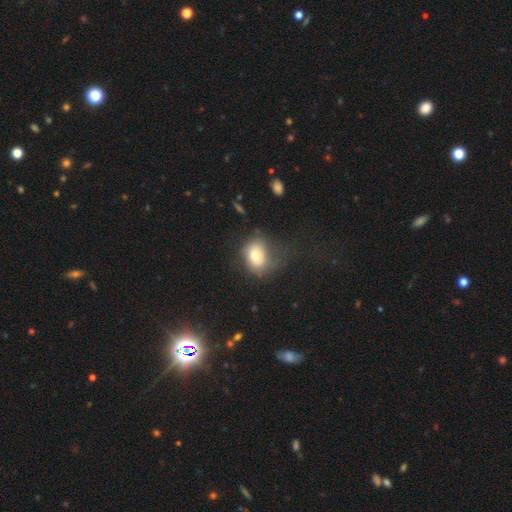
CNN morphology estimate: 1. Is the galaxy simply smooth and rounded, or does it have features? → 75% smooth, 14% featured or disk, 11% star or artifact.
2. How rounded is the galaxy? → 55% in between, 44% round, 1% cigar-shaped.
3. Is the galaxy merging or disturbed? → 48% none, 26% minor disturbance, 23% major disturbance, 3% merger.